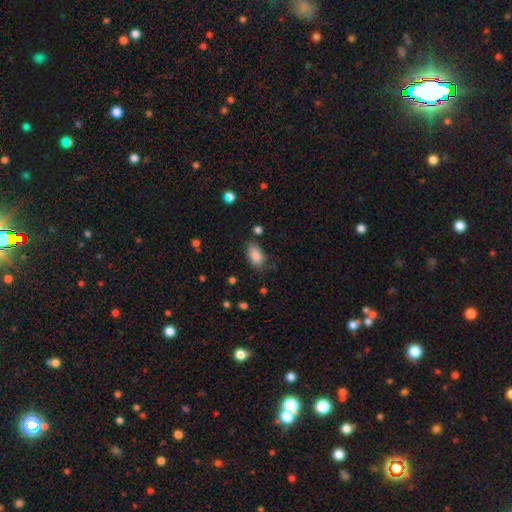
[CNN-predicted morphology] Smooth or featured? smooth (84%)
How rounded? in between (91%)
Merging? none (75%)